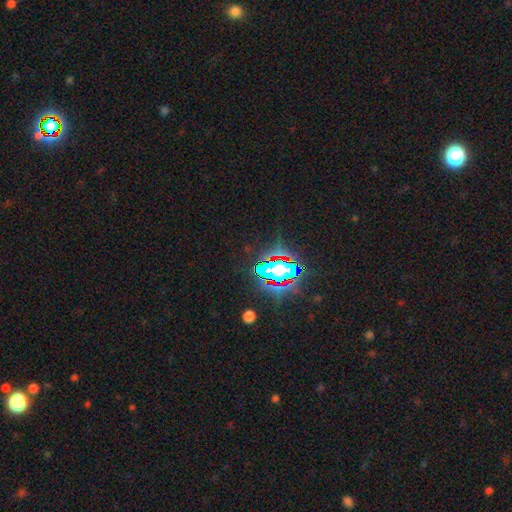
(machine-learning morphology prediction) Smooth or featured: star or artifact — 82% (smooth — 11%)